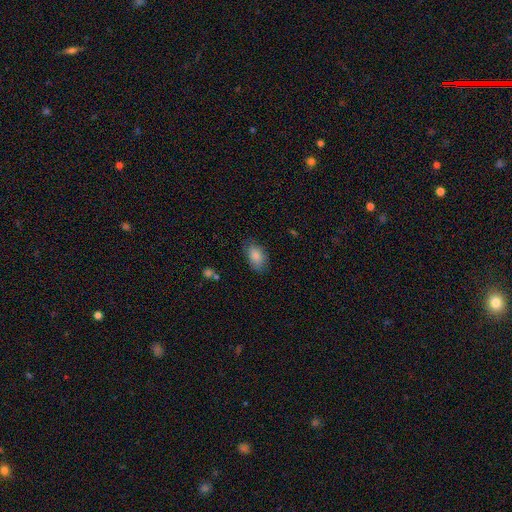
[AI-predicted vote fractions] Smooth or featured? smooth (86%)
How rounded? in between (92%)
Merging? none (77%)